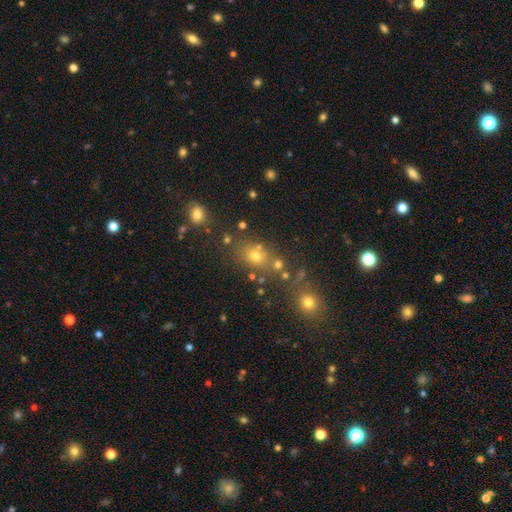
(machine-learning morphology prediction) The model was most divided on "how rounded": round: 50%, in between: 47%, cigar-shaped: 3%. More confident: merging — none (64%); smooth or featured — smooth (62%).